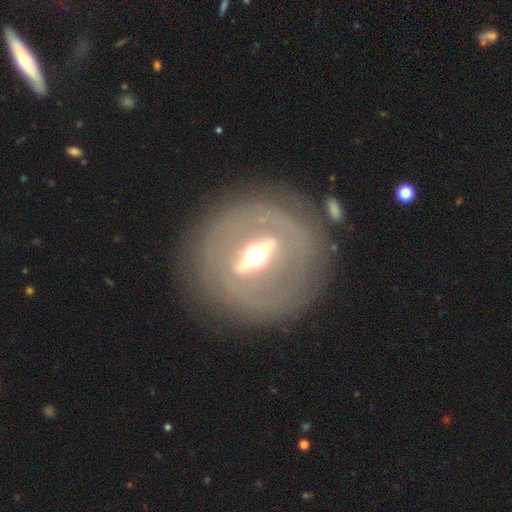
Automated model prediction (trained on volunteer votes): Smooth or featured? Predicted: featured or disk (p=0.79). Edge-on disk? Predicted: no (p=0.69). Bar? Predicted: strong (p=0.74). Spiral arms? Predicted: no (p=0.79). Bulge size? Predicted: moderate (p=0.68). Merging? Predicted: none (p=0.82).